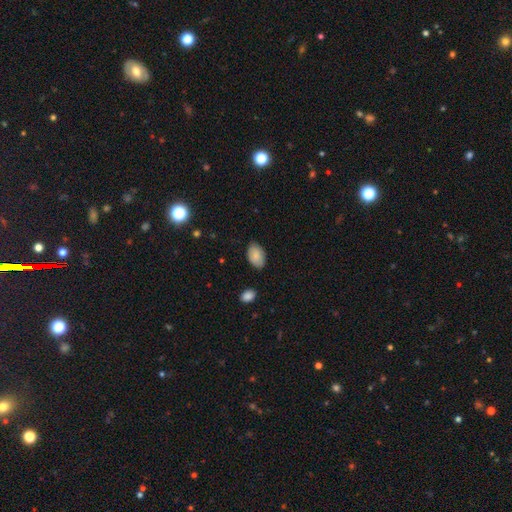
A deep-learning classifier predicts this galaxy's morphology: smooth_or_featured: smooth (p=0.84) [alt: featured or disk p=0.09]
how_rounded: in between (p=0.92) [alt: round p=0.06]
merging: none (p=0.80) [alt: minor disturbance p=0.16]